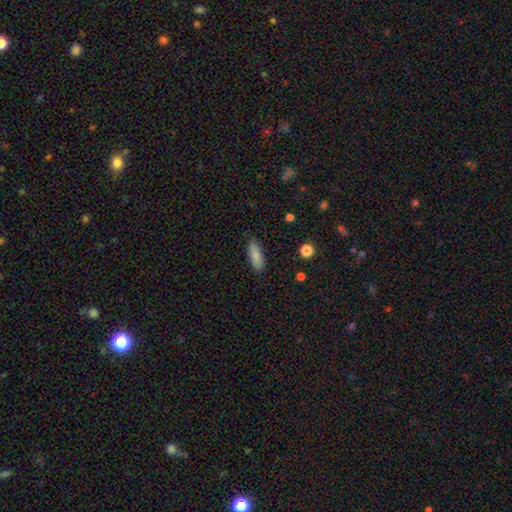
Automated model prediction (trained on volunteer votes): This appears to be a smooth galaxy with no disk features (87%) that is in between round and cigar-shaped (64%). Merging: none (86%).